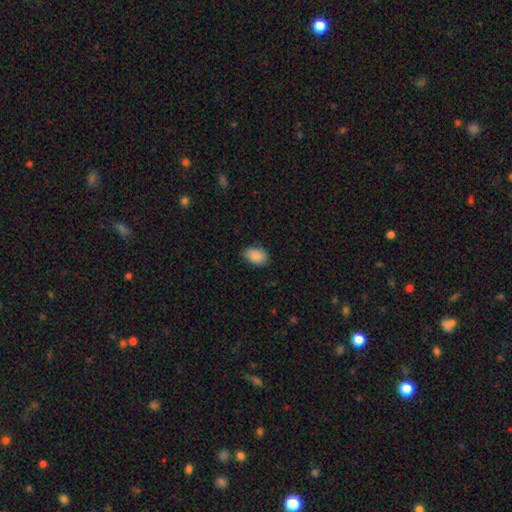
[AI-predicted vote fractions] This appears to be a smooth galaxy with no disk features (89%) that is in between round and cigar-shaped (81%). Merging: none (79%).